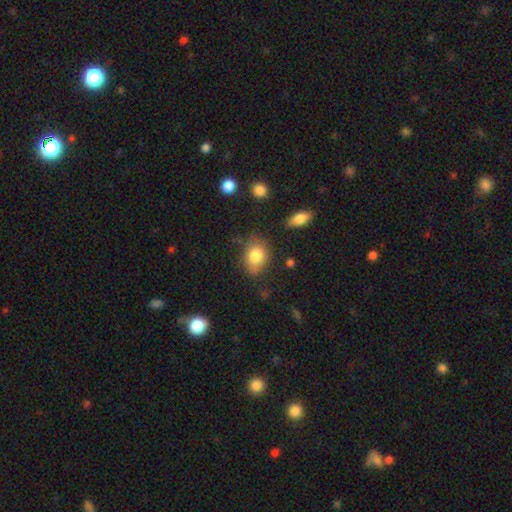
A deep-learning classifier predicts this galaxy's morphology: Smooth or featured? smooth (81%)
How rounded? in between (73%)
Merging? none (68%)